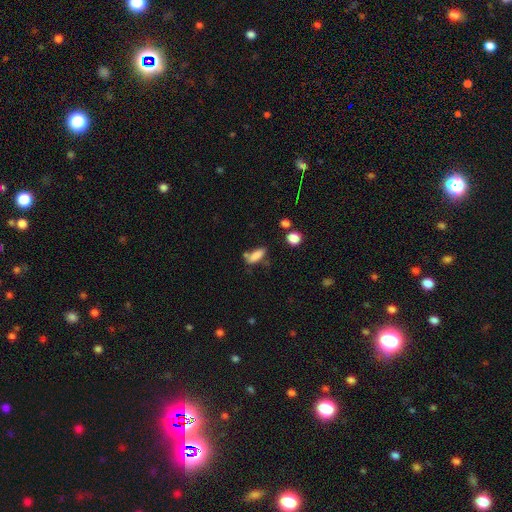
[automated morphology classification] This is clearly a smooth galaxy (80%). How rounded: likely in between (64%). Merging: possibly none (55%).